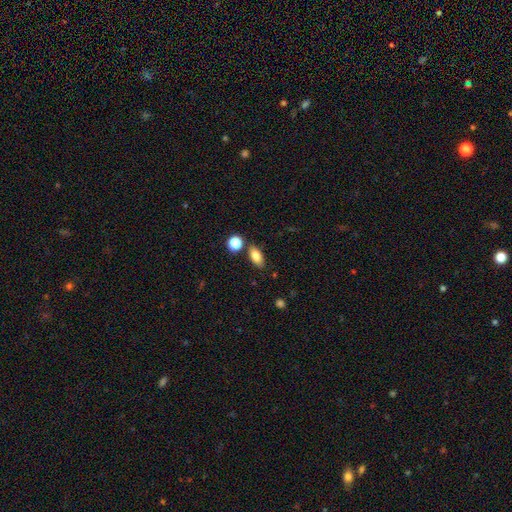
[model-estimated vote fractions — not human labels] This is clearly a smooth galaxy (84%). How rounded: clearly in between (85%). Merging: likely none (78%).